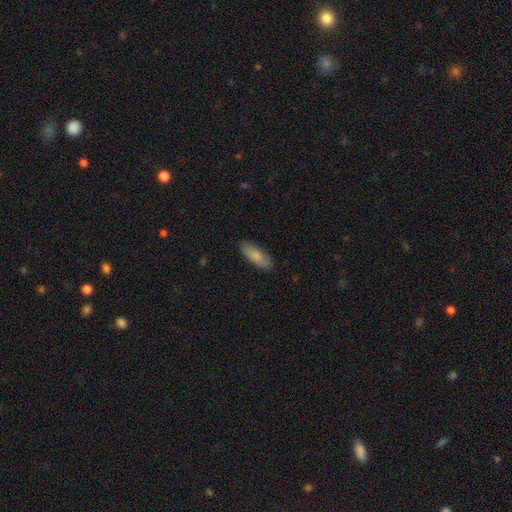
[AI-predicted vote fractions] This is clearly a smooth galaxy (83%). How rounded: likely in between (74%). Merging: clearly none (85%).